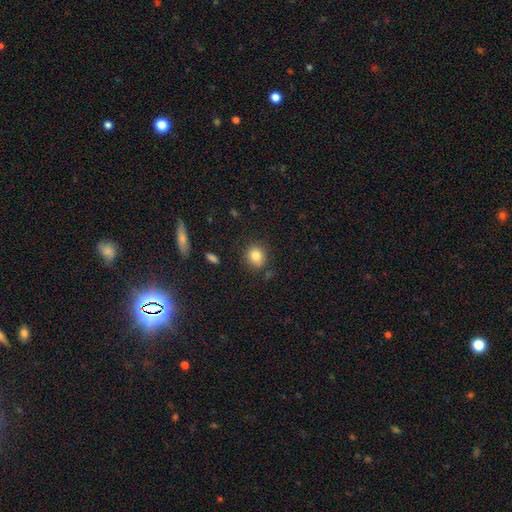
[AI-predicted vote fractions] This is clearly a smooth galaxy (84%). How rounded: likely round (75%). Merging: likely none (80%).